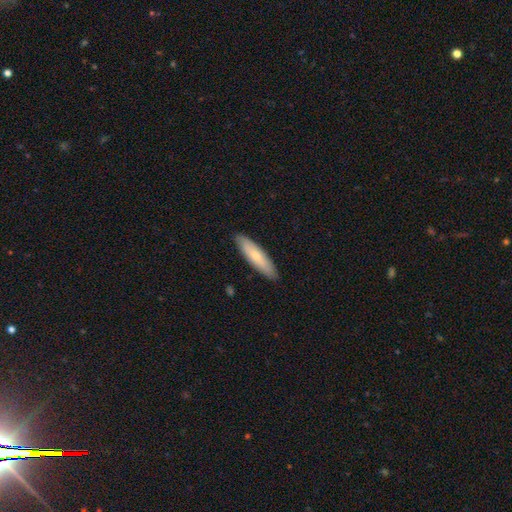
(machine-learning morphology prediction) Overall: smooth (66%; featured or disk 28%). How rounded: cigar-shaped (74%). Merging: none (89%).